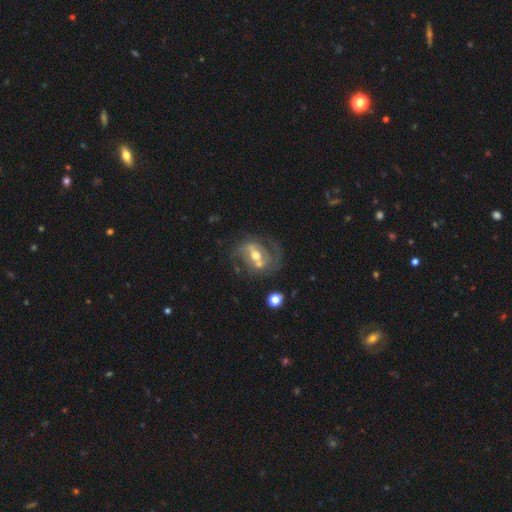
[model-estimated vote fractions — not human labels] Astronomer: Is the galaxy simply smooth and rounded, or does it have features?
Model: featured or disk — 81%.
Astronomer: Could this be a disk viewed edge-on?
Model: no — 96%.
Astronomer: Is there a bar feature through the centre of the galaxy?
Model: strong — 42% (runner-up: weak, 38%).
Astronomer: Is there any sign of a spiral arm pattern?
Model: yes — 84%.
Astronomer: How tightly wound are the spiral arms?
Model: medium — 48% (runner-up: tight, 27%).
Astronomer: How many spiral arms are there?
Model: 2 — 73%.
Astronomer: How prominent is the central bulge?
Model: moderate — 73%.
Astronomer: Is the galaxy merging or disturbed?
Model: none — 50%.